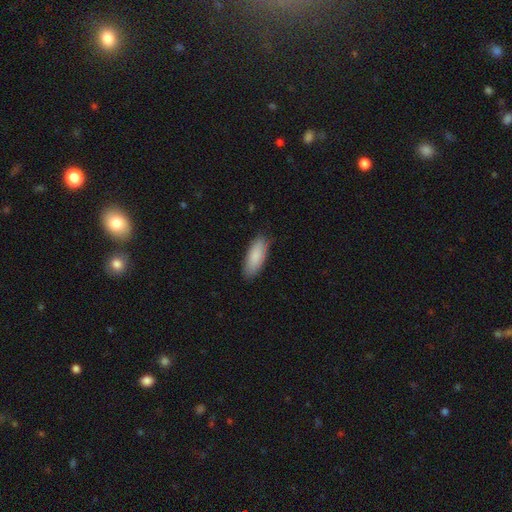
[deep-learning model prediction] smooth_or_featured: smooth (p=0.87) [alt: featured or disk p=0.08]
how_rounded: in between (p=0.76) [alt: cigar-shaped p=0.23]
merging: none (p=0.84) [alt: minor disturbance p=0.13]